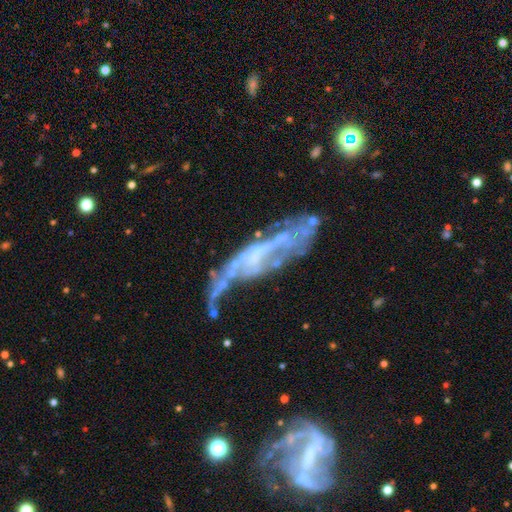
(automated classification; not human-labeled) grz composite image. It shows a featured or disk galaxy (75%) with no bar (66%), no spiral arms (61%) and no central bulge (52%). Merging: major disturbance (37%).